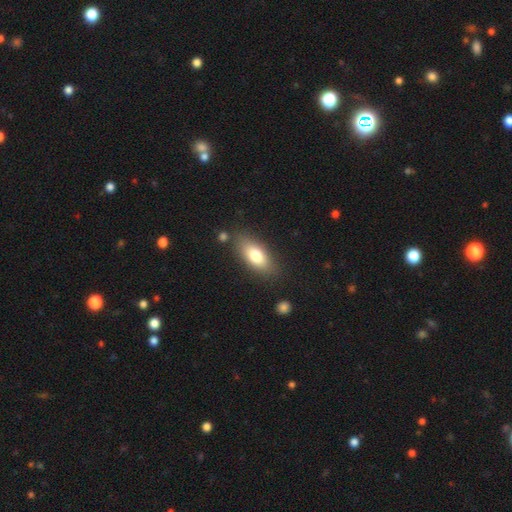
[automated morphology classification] Smooth or featured? smooth (76%)
How rounded? in between (84%)
Merging? none (80%)